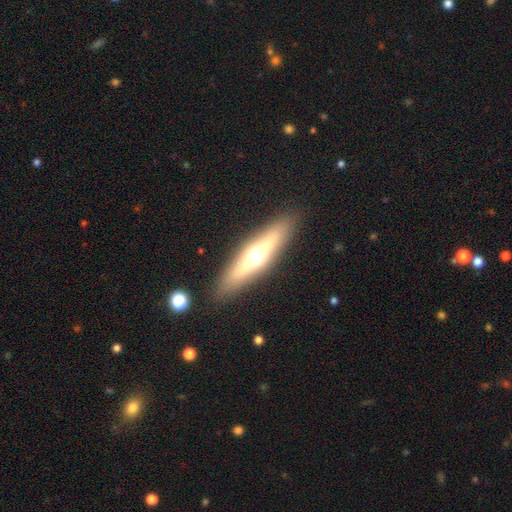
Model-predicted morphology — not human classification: The model was most divided on "smooth or featured": featured or disk: 54%, smooth: 37%, star or artifact: 8%. More confident: merging — none (88%); edge-on disk — yes (87%).